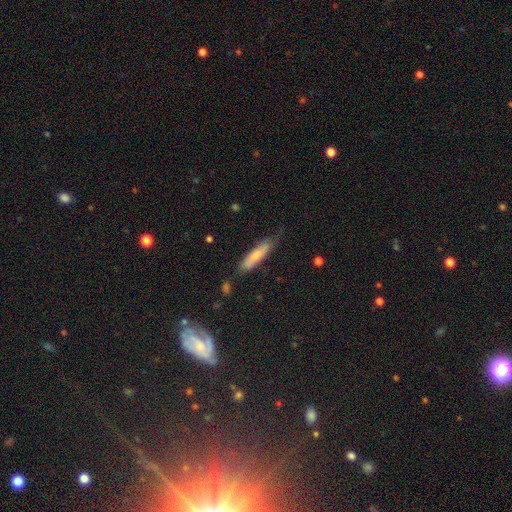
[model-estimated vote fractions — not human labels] smooth-or-featured: smooth: 68% | featured or disk: 26% | star or artifact: 6%
  how-rounded: cigar-shaped: 77% | in between: 21% | round: 2%
  merging: none: 66% | minor disturbance: 26% | major disturbance: 6% | merger: 3%